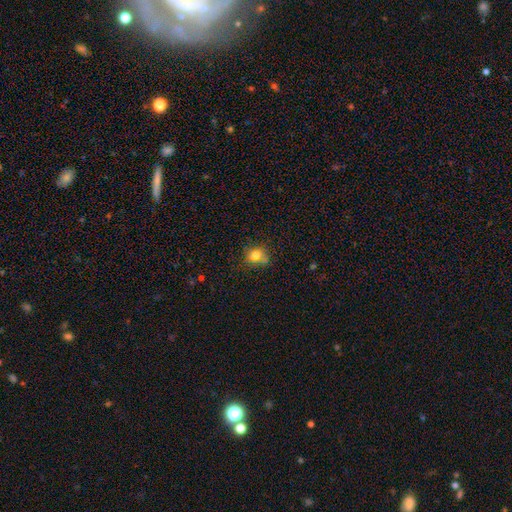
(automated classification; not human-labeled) This appears to be a smooth galaxy with no disk features (76%) that is round (77%). Merging: none (76%).